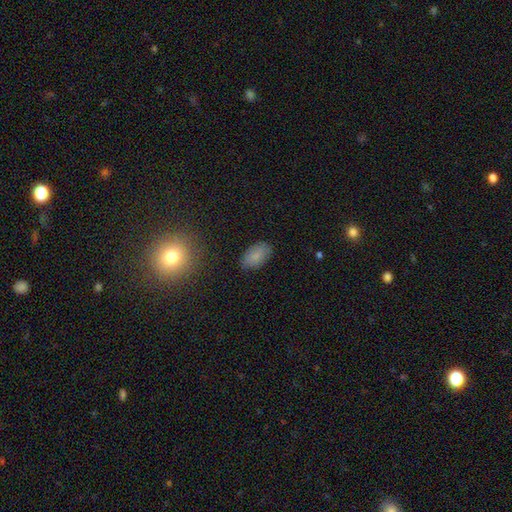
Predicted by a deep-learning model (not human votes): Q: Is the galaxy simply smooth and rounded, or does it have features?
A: smooth — 81%.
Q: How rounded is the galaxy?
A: in between — 93%.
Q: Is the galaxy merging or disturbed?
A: none — 82%.